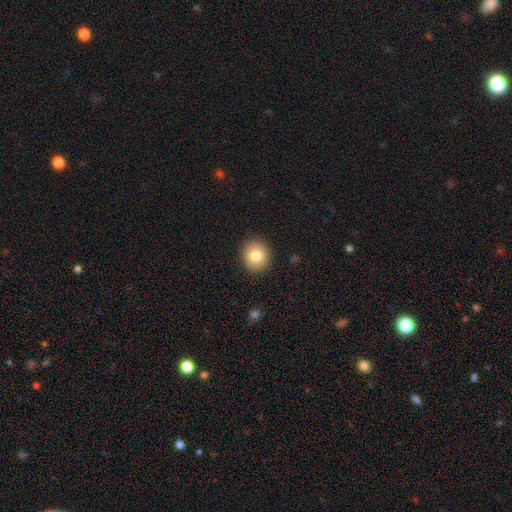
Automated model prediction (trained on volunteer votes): smooth-or-featured: smooth: 80% | featured or disk: 10% | star or artifact: 10%
  how-rounded: round: 88% | in between: 11% | cigar-shaped: 1%
  merging: none: 91% | minor disturbance: 6% | major disturbance: 2% | merger: 1%